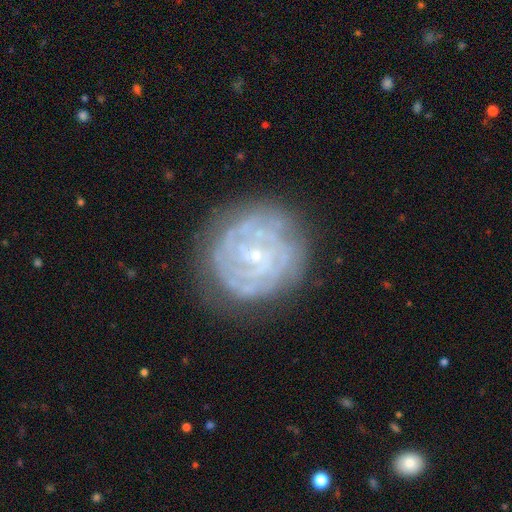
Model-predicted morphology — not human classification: Overall: featured or disk (80%). Edge-on disk: no (98%). Bar: no (69%). Spiral arms: yes (87%). Spiral arm count: can't tell (42%; 2 17%). Spiral winding: tight (78%). Bulge size: small (83%). Merging: none (75%).